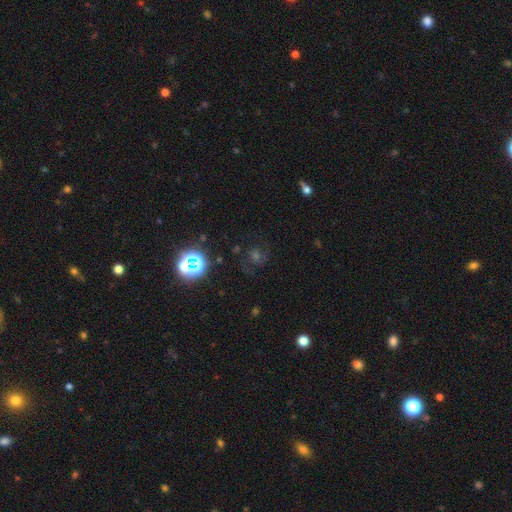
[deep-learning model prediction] A star or artifact, not a galaxy (45%).